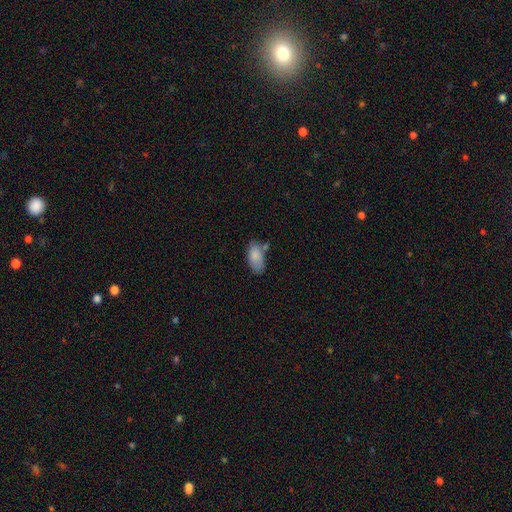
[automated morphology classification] Smooth or featured? Predicted: smooth (p=0.84). How rounded? Predicted: in between (p=0.93). Merging? Predicted: none (p=0.57).